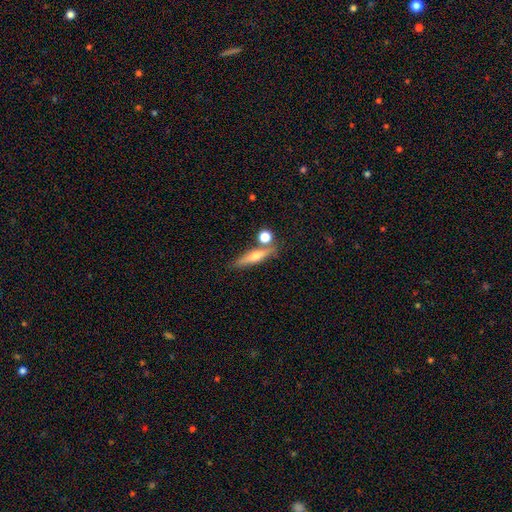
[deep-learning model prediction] This is possibly a smooth galaxy (47%). Merging: likely none (72%).